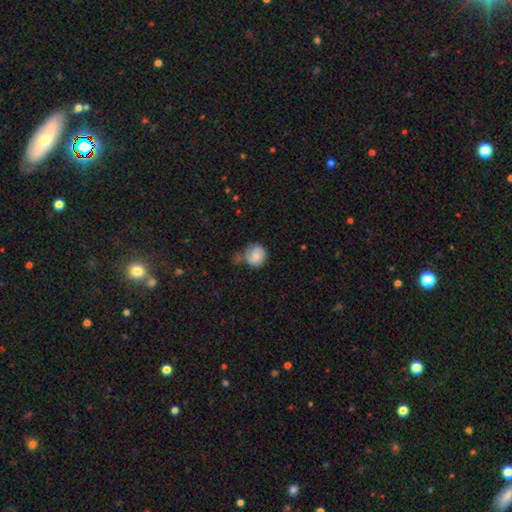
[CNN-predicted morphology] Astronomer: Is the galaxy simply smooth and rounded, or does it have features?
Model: smooth — 80%.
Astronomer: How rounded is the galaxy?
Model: round — 78%.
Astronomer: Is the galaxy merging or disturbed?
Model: none — 47% (runner-up: minor disturbance, 29%).